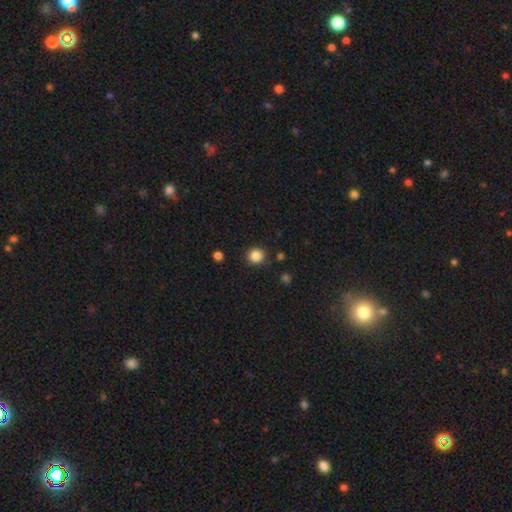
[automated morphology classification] Overall: smooth (85%). How rounded: round (90%). Merging: none (87%).